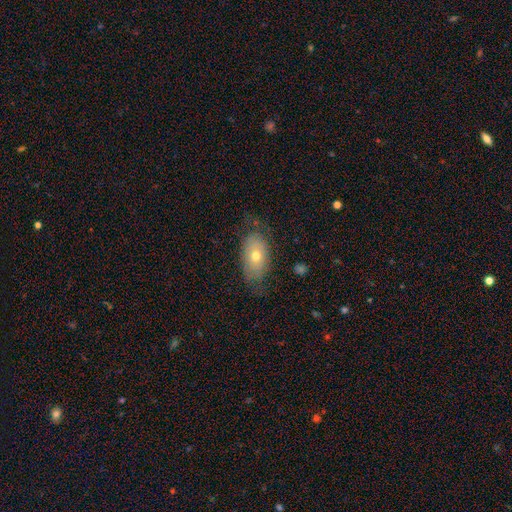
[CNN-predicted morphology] Smooth or featured?
  - smooth: 61% *
  - featured or disk: 31%
  - star or artifact: 8%
How rounded?
  - in between: 90% *
  - round: 7%
  - cigar-shaped: 3%
Merging?
  - none: 66% *
  - minor disturbance: 23%
  - major disturbance: 10%
  - merger: 1%